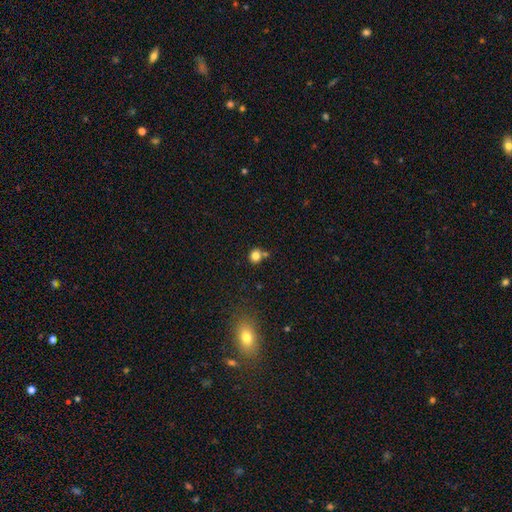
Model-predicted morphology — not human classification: Smooth or featured? Predicted: smooth (p=0.81). How rounded? Predicted: round (p=0.83). Merging? Predicted: none (p=0.67).